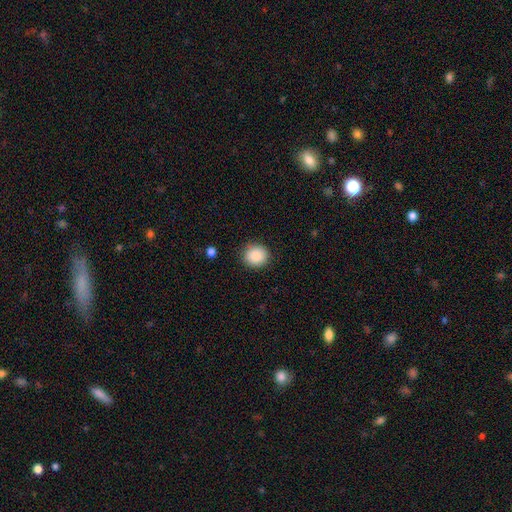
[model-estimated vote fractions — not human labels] Smooth or featured: smooth — 87% (star or artifact — 8%)
How rounded: round — 86% (in between — 13%)
Merging: none — 89% (minor disturbance — 8%)